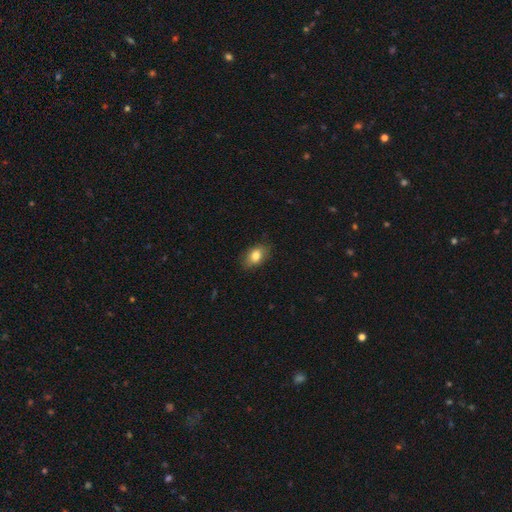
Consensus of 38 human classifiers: Smooth or featured? 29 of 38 (76%) said smooth. How rounded? 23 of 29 (79%) said in between. Merging? 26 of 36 (72%) said none.